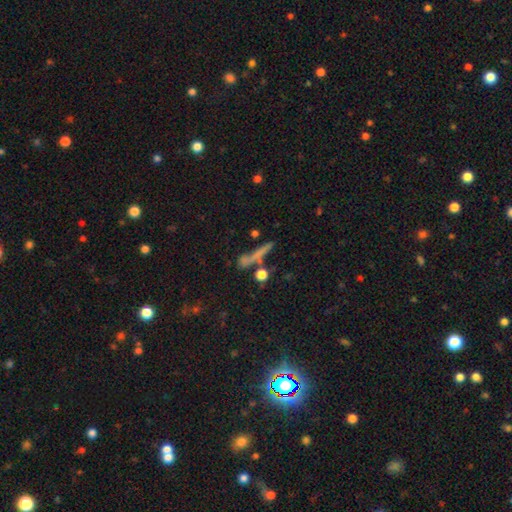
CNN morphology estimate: smooth 55%, featured or disk 29%, star or artifact 17%. Down the decision tree: how rounded — cigar-shaped (80%); merging — none (68%).